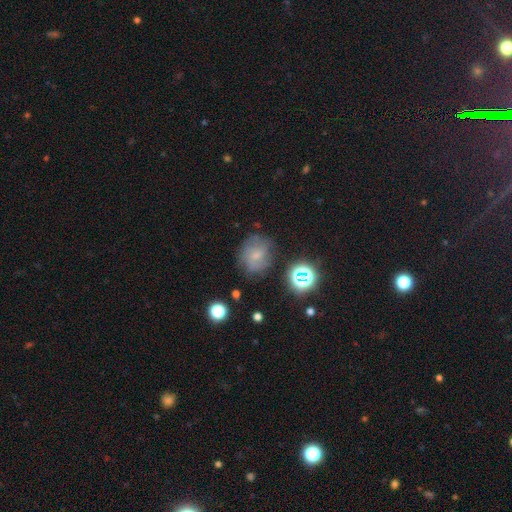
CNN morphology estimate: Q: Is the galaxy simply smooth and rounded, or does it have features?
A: smooth — 50%.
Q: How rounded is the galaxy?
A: round — 70%.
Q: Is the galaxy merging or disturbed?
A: none — 65%.